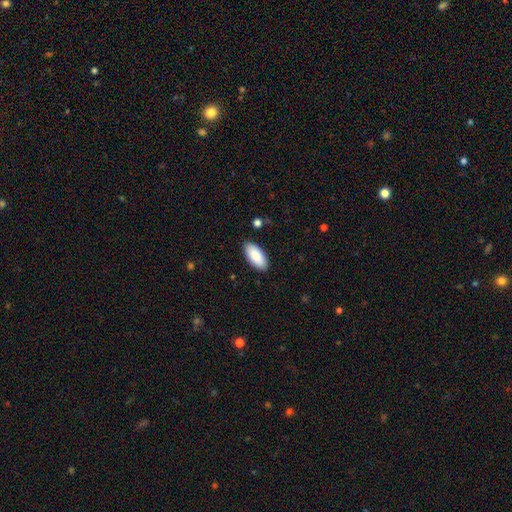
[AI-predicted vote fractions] A smooth galaxy with no disk features (90%) that is in between round and cigar-shaped (92%). Merging: none (88%).